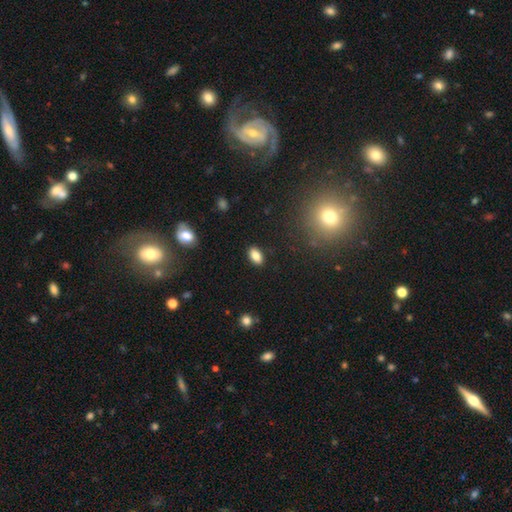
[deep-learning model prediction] smooth-or-featured: smooth: 84% | star or artifact: 9% | featured or disk: 7%
  how-rounded: in between: 90% | round: 6% | cigar-shaped: 3%
  merging: none: 88% | minor disturbance: 9% | major disturbance: 2% | merger: 1%